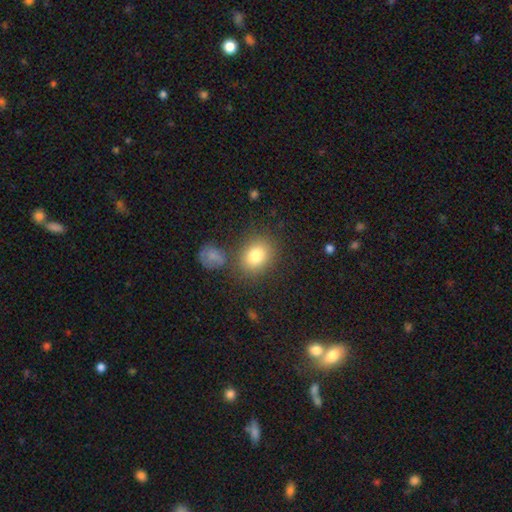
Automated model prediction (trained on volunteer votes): Smooth or featured: smooth — 82% (star or artifact — 10%)
How rounded: round — 51% (in between — 48%)
Merging: none — 76% (minor disturbance — 11%)